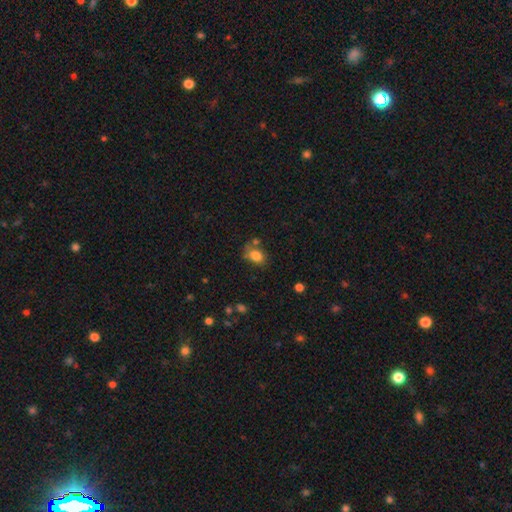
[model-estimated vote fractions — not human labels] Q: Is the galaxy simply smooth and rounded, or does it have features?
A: smooth — 81%.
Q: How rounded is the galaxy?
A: in between — 69%.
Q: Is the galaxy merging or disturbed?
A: none — 60%.